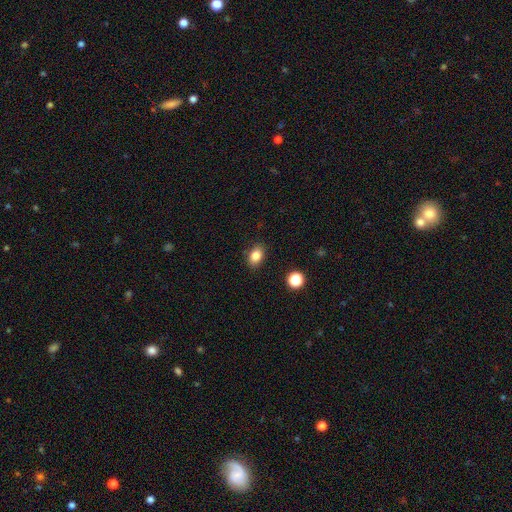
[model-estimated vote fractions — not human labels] Smooth or featured?
  - smooth: 83% *
  - star or artifact: 10%
  - featured or disk: 7%
How rounded?
  - in between: 77% *
  - round: 22%
  - cigar-shaped: 1%
Merging?
  - none: 86% *
  - minor disturbance: 10%
  - major disturbance: 2%
  - merger: 2%